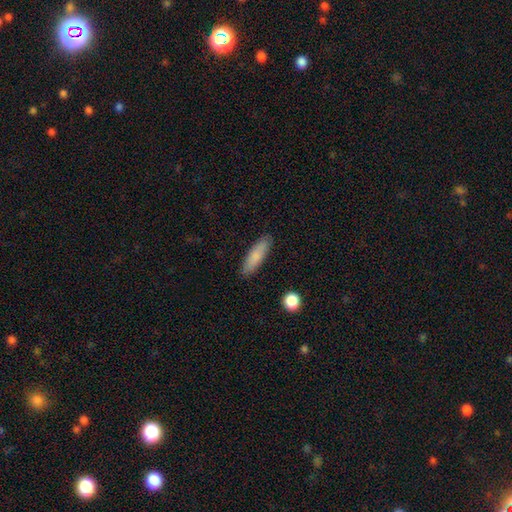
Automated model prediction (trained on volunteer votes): Smooth or featured: smooth — 82% (featured or disk — 12%)
How rounded: cigar-shaped — 65% (in between — 33%)
Merging: none — 87% (minor disturbance — 10%)